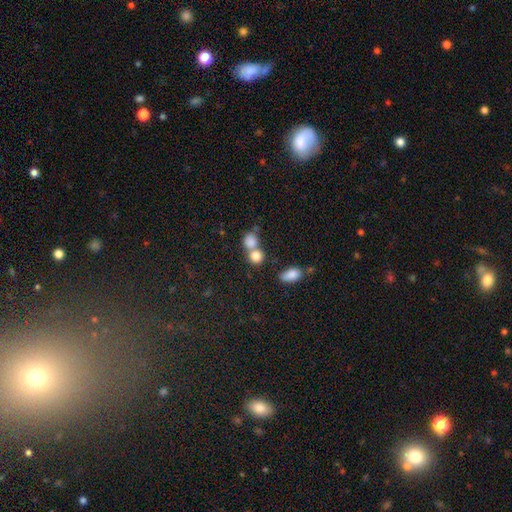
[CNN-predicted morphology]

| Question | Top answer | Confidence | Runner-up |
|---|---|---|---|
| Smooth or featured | smooth | 81% | star or artifact (11%) |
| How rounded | round | 75% | in between (23%) |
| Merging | merger | 50% | none (39%) |